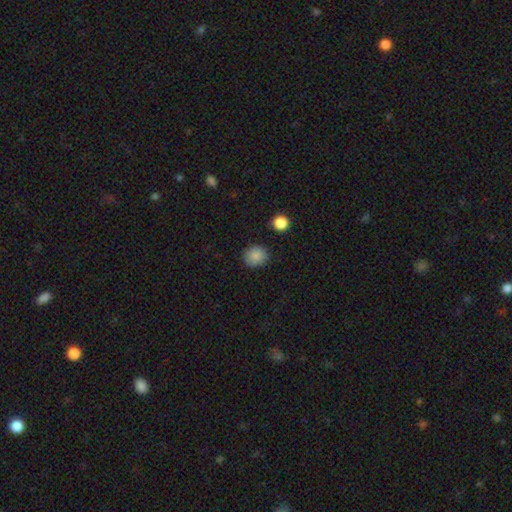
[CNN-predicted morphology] Overall: smooth (86%). How rounded: round (84%). Merging: none (86%).